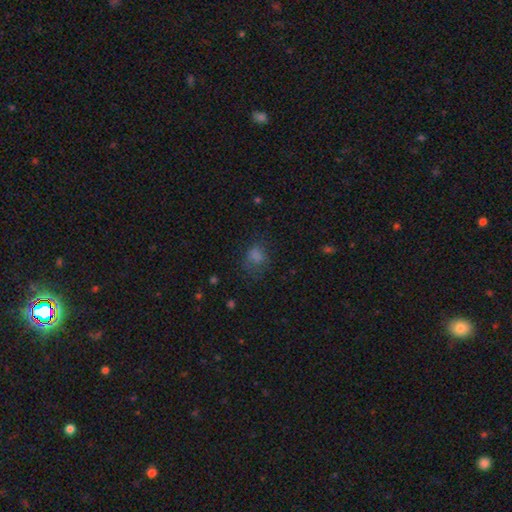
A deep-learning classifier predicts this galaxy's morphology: A smooth galaxy with no disk features (66%) that is round (51%).

Vote fractions:
- Smooth or featured? smooth: 66% / star or artifact: 22% / featured or disk: 12%
- How rounded? round: 51% / in between: 47% / cigar-shaped: 1%
- Merging? none: 61% / minor disturbance: 21% / major disturbance: 16% / merger: 2%